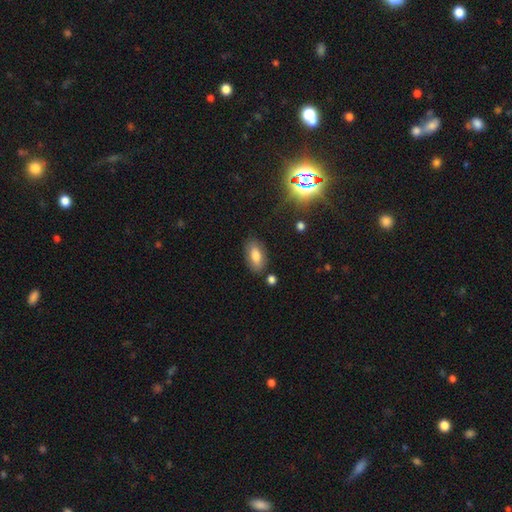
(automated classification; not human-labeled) smooth-or-featured: smooth: 78% | featured or disk: 13% | star or artifact: 9%
  how-rounded: in between: 89% | cigar-shaped: 7% | round: 4%
  merging: none: 83% | minor disturbance: 11% | merger: 3% | major disturbance: 3%